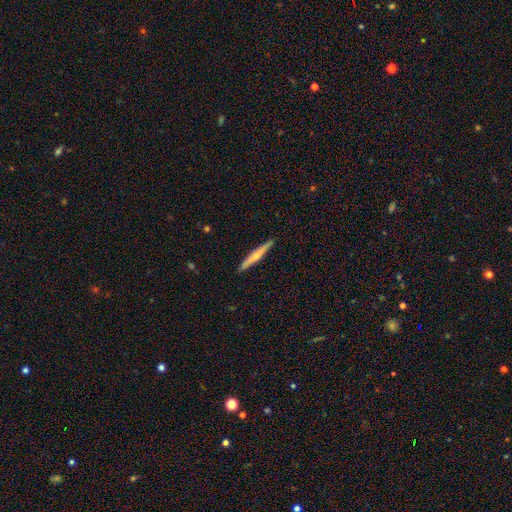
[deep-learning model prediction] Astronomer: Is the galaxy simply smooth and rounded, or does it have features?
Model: featured or disk — 50% (runner-up: smooth, 45%).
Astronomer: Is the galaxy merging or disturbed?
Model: none — 91%.